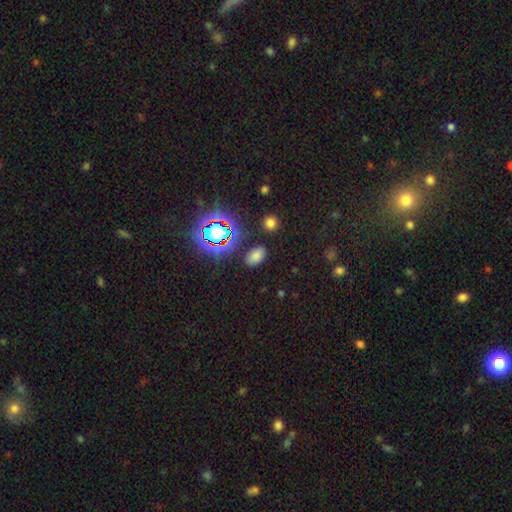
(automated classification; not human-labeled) A smooth galaxy with no disk features (71%) that is in between round and cigar-shaped (90%). Merging: none (86%).